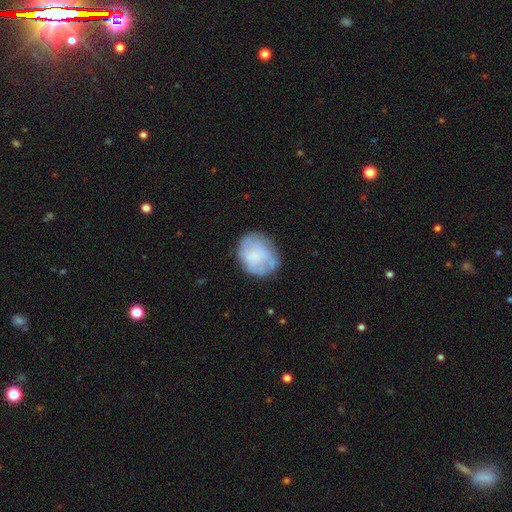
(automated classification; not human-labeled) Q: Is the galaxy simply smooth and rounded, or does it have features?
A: smooth — 56%.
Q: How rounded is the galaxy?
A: round — 55%.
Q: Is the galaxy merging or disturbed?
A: none — 61%.